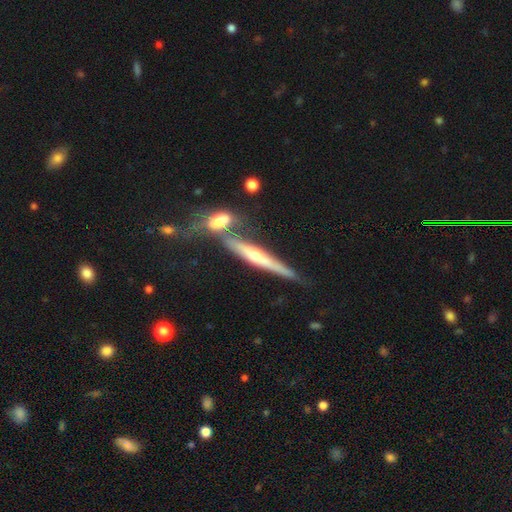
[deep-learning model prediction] Overall: featured or disk (65%; smooth 28%). Edge-on disk: yes (92%). Edge-on bulge: rounded (75%). Merging: none (58%; merger 24%).